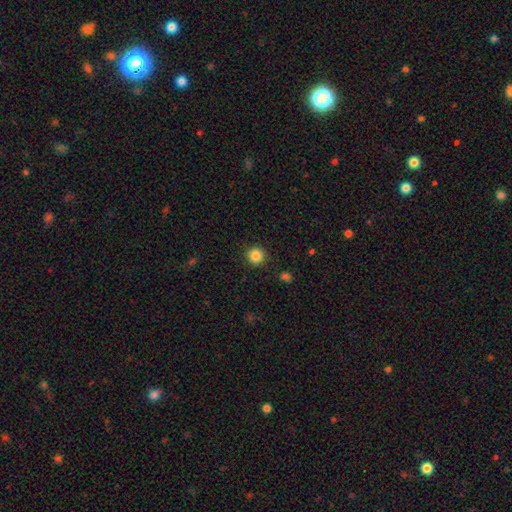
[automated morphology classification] Smooth or featured?
  - smooth: 85% *
  - star or artifact: 11%
  - featured or disk: 4%
How rounded?
  - round: 94% *
  - in between: 5%
  - cigar-shaped: 1%
Merging?
  - none: 91% *
  - minor disturbance: 6%
  - major disturbance: 2%
  - merger: 1%